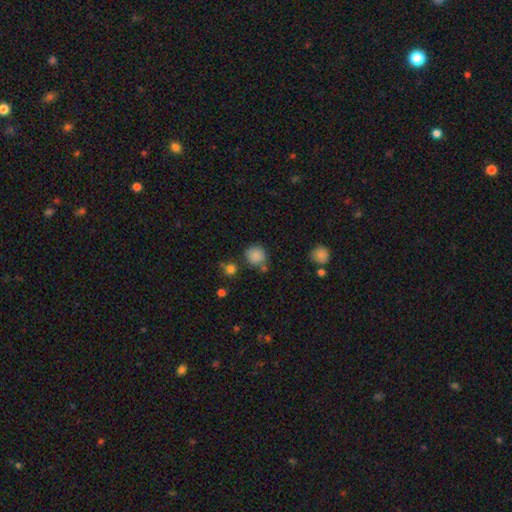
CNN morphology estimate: This is clearly a smooth galaxy (84%). How rounded: clearly round (89%). Merging: likely none (66%).